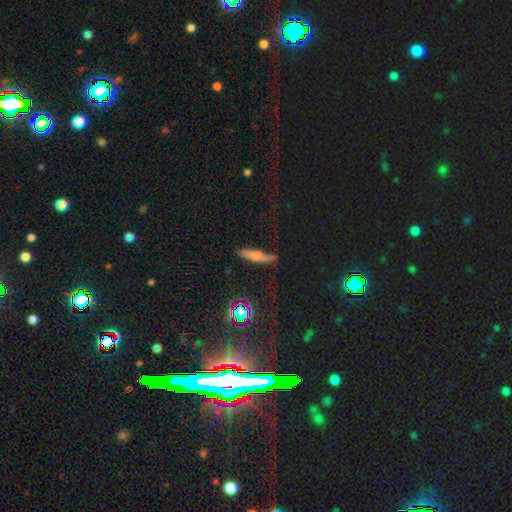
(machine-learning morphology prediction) Smooth or featured: smooth — 64% (featured or disk — 20%)
How rounded: cigar-shaped — 82% (in between — 15%)
Merging: none — 64% (minor disturbance — 25%)